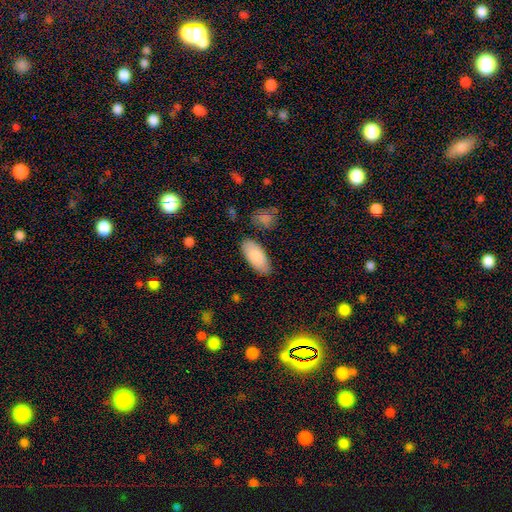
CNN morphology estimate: Smooth or featured: smooth — 85% (featured or disk — 10%)
How rounded: in between — 91% (cigar-shaped — 7%)
Merging: none — 81% (minor disturbance — 13%)